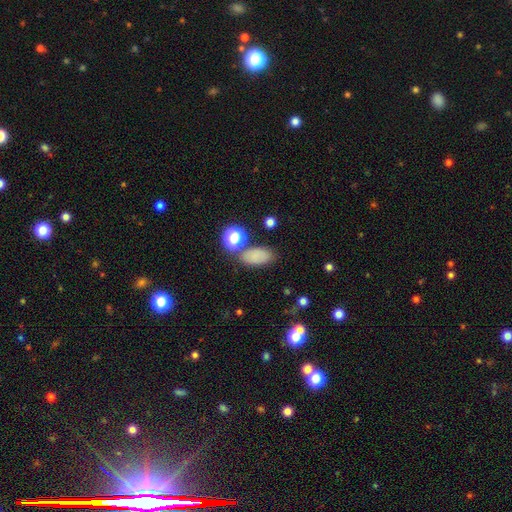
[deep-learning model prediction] smooth 79%, star or artifact 14%, featured or disk 7%. Down the decision tree: how rounded — in between (88%); merging — none (74%).